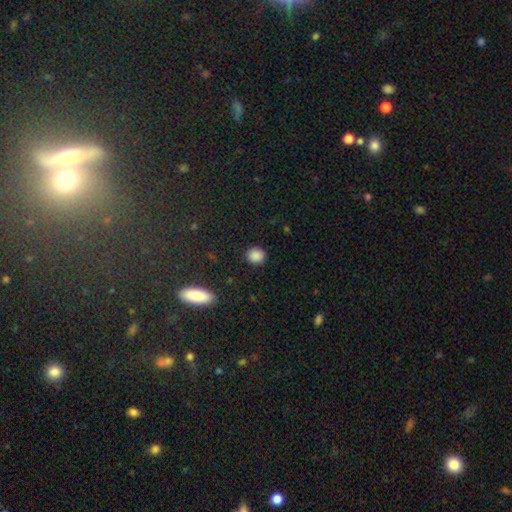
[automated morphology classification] Smooth or featured: smooth — 87% (star or artifact — 10%)
How rounded: round — 80% (in between — 19%)
Merging: none — 89% (minor disturbance — 8%)